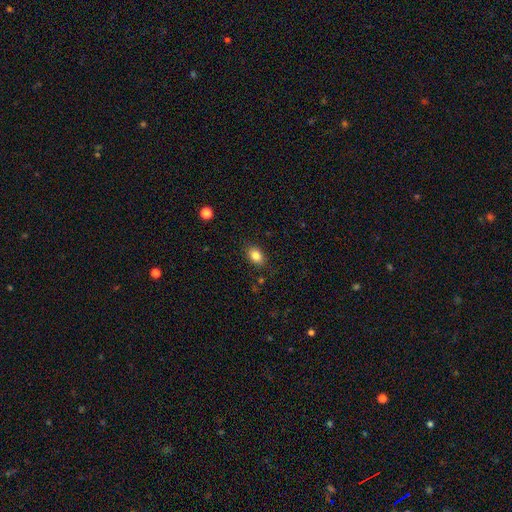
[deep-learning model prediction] Overall: smooth (84%). How rounded: in between (76%). Merging: none (85%).